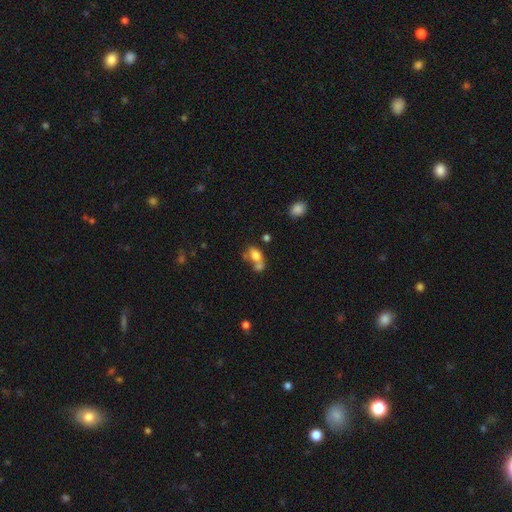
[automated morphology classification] smooth_or_featured: smooth (p=0.74) [alt: featured or disk p=0.16]
how_rounded: in between (p=0.82) [alt: round p=0.15]
merging: merger (p=0.51) [alt: none p=0.26]